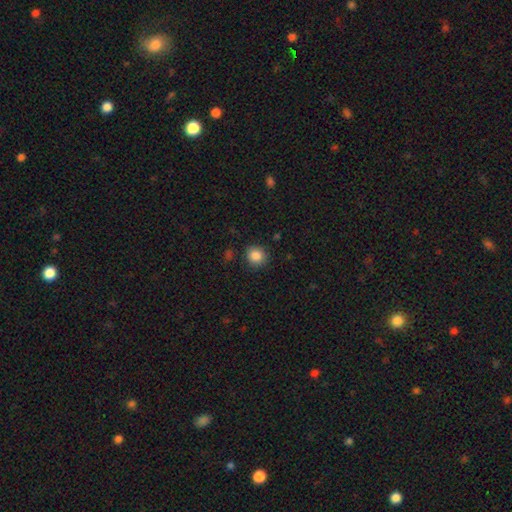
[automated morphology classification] A smooth galaxy with no disk features (86%) that is round (89%). Merging: none (87%).